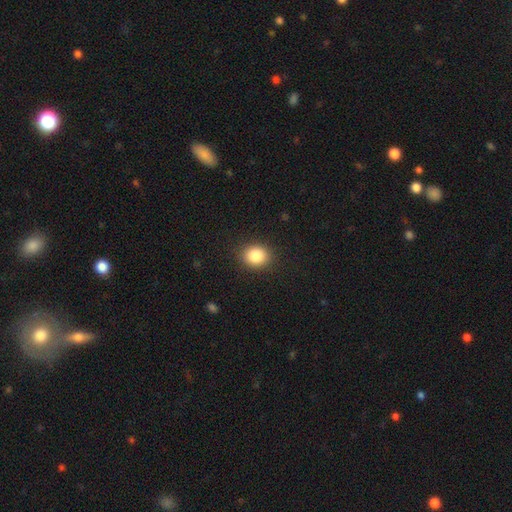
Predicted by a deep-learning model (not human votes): A smooth galaxy with no disk features (86%) that is round (61%).

Vote fractions:
- Smooth or featured? smooth: 86% / star or artifact: 9% / featured or disk: 4%
- How rounded? round: 61% / in between: 38% / cigar-shaped: 1%
- Merging? none: 89% / minor disturbance: 8% / major disturbance: 2% / merger: 1%